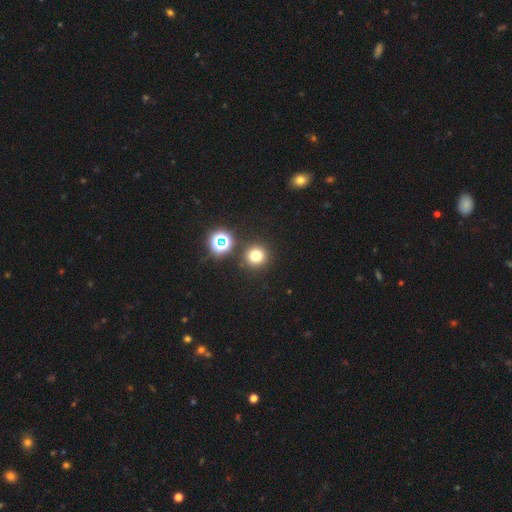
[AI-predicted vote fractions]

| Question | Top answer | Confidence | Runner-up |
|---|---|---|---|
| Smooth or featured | smooth | 72% | star or artifact (22%) |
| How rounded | round | 93% | in between (6%) |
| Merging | none | 86% | minor disturbance (6%) |